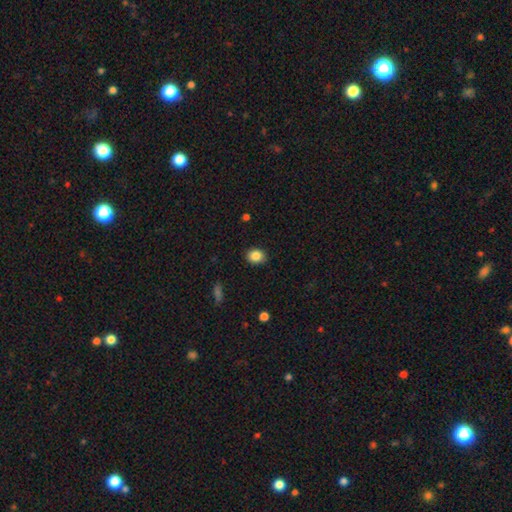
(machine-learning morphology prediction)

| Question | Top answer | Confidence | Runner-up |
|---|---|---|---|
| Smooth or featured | smooth | 86% | star or artifact (9%) |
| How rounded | round | 55% | in between (44%) |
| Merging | none | 88% | minor disturbance (9%) |